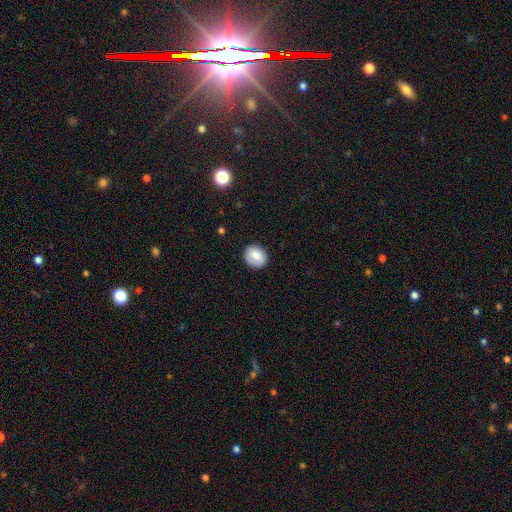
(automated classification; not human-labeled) The model was most divided on "how rounded": round: 73%, in between: 26%, cigar-shaped: 1%. More confident: merging — none (86%); smooth or featured — smooth (83%).